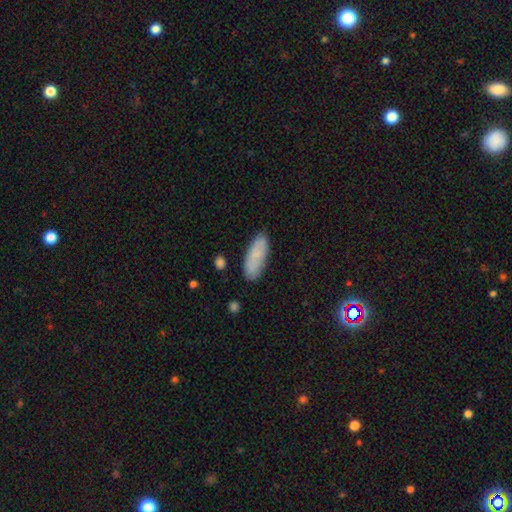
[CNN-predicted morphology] smooth_or_featured: smooth (p=0.77) [alt: featured or disk p=0.15]
how_rounded: in between (p=0.69) [alt: cigar-shaped p=0.29]
merging: none (p=0.81) [alt: minor disturbance p=0.14]